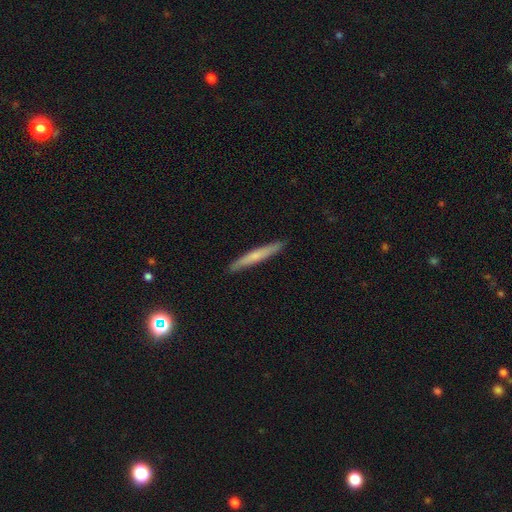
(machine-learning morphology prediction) type=smooth (57%); roundness=cigar-shaped (96%); merging=none (91%).